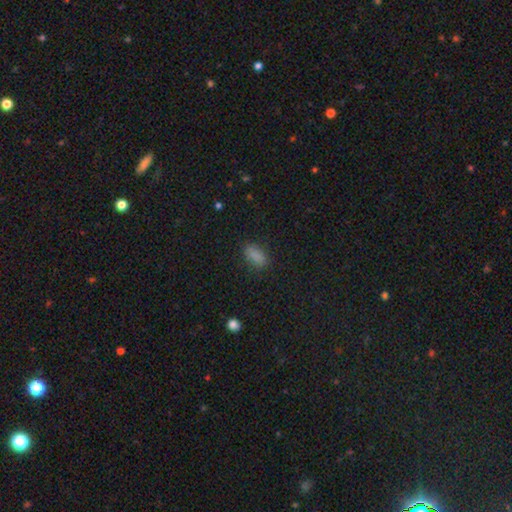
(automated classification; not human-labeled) Overall: smooth (84%). How rounded: in between (89%). Merging: none (82%).